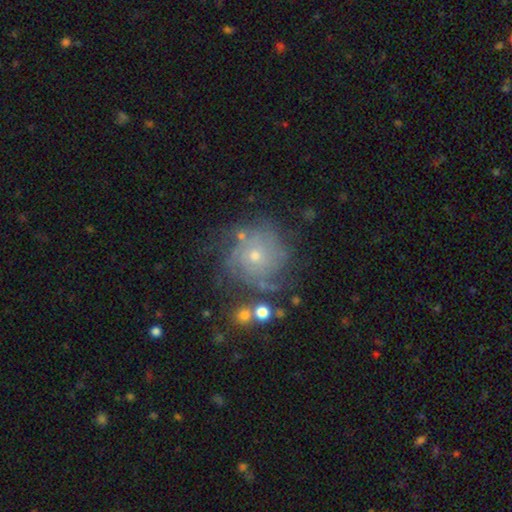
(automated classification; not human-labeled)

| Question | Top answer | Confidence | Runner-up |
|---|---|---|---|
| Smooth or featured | featured or disk | 64% | smooth (25%) |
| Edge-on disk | no | 97% | yes (3%) |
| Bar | no | 84% | weak (13%) |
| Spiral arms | yes | 82% | no (18%) |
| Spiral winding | tight | 64% | medium (25%) |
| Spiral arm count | can't tell | 50% | 3 (14%) |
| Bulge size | small | 53% | moderate (43%) |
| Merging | none | 63% | minor disturbance (19%) |